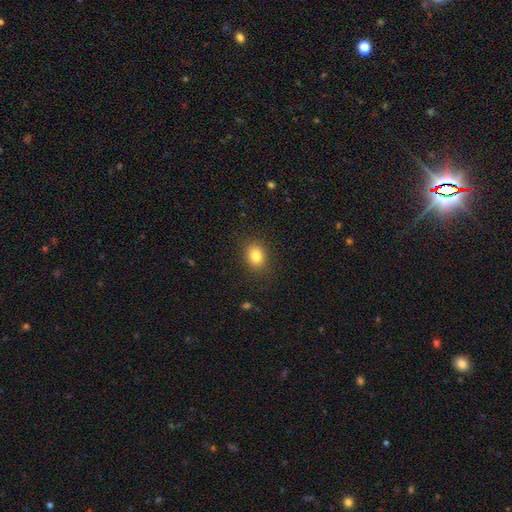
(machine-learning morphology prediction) type=smooth (82%); roundness=in between (52%); merging=none (87%).